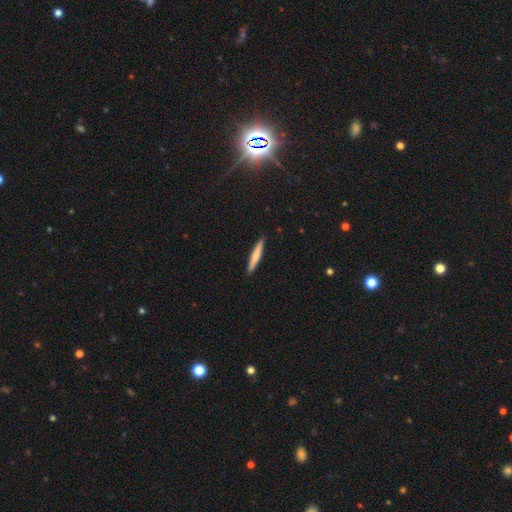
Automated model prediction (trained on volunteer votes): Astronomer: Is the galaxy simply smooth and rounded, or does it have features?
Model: smooth — 66%.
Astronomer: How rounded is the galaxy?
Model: cigar-shaped — 94%.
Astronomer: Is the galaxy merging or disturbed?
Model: none — 91%.